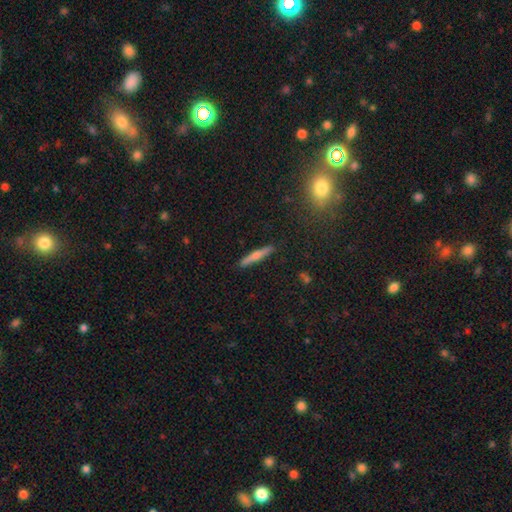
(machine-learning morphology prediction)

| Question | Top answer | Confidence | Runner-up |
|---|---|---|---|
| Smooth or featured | smooth | 59% | featured or disk (34%) |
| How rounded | cigar-shaped | 93% | in between (6%) |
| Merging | none | 89% | minor disturbance (8%) |